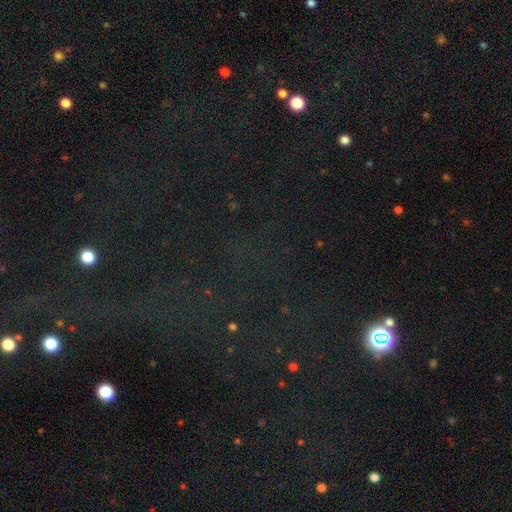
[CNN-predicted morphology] This is likely a star or artifact rather than a galaxy (76%).